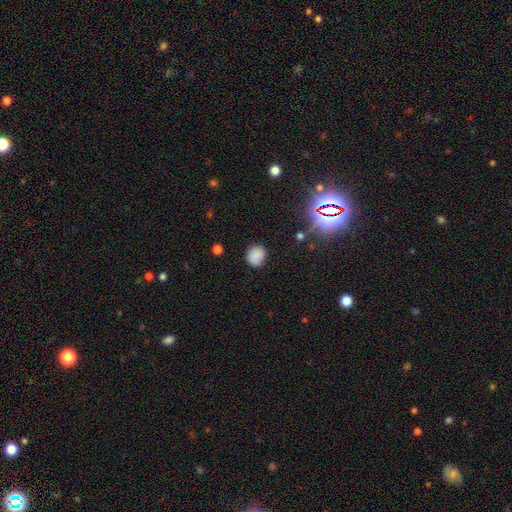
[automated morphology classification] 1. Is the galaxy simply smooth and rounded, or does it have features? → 81% smooth, 12% star or artifact, 7% featured or disk.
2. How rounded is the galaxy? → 83% round, 16% in between, 1% cigar-shaped.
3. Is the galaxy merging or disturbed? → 81% none, 14% minor disturbance, 4% major disturbance, 2% merger.